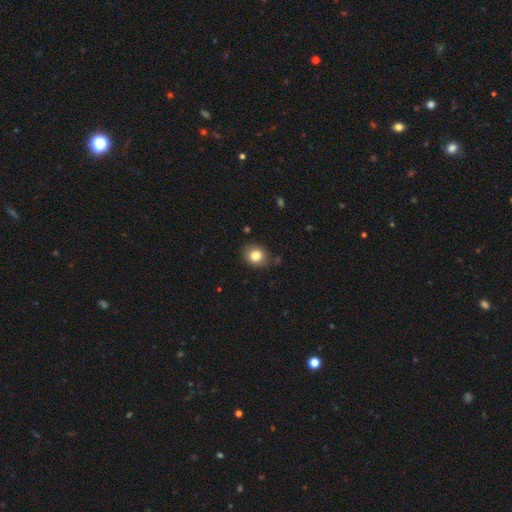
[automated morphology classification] Q: Smooth or featured?
A: smooth (82%); runner-up: star or artifact (10%)
Q: How rounded?
A: round (70%); runner-up: in between (30%)
Q: Merging?
A: none (82%); runner-up: minor disturbance (13%)